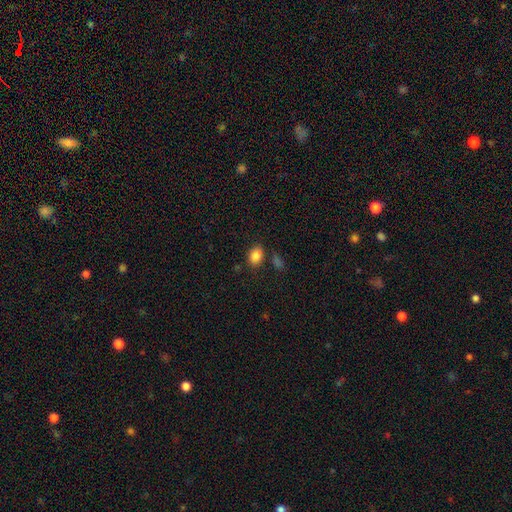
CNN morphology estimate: This appears to be a smooth galaxy with no disk features (85%) that is in between round and cigar-shaped (76%). Merging: none (75%).